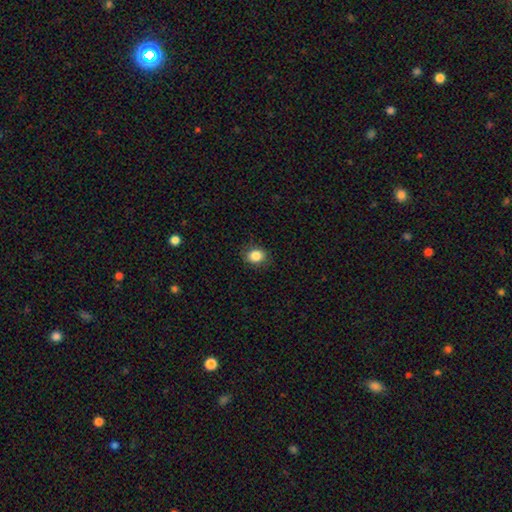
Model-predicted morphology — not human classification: This appears to be a smooth galaxy with no disk features (86%) that is round (55%). Merging: none (84%).